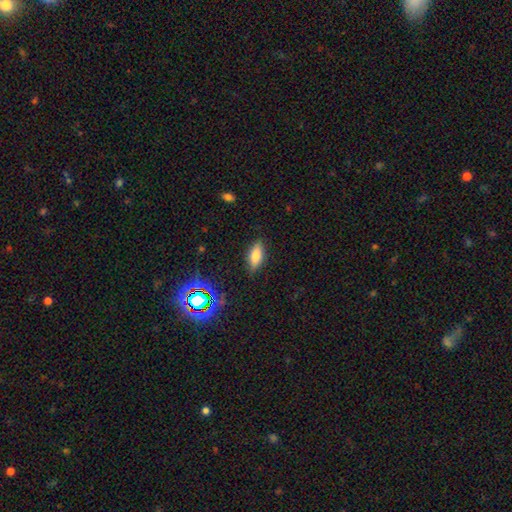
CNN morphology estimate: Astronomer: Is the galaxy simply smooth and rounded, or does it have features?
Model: smooth — 75%.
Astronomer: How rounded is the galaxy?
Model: in between — 77%.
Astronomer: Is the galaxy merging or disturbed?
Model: none — 84%.